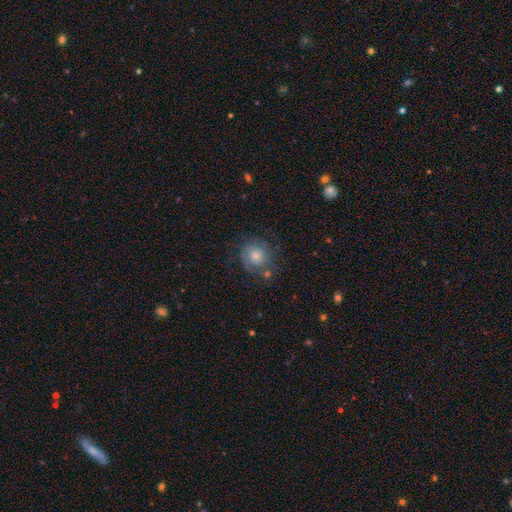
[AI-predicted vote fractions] Smooth or featured? Predicted: featured or disk (p=0.57). Edge-on disk? Predicted: no (p=0.97). Bar? Predicted: no (p=0.79). Spiral arms? Predicted: yes (p=0.87). Bulge size? Predicted: moderate (p=0.51). Merging? Predicted: none (p=0.74).